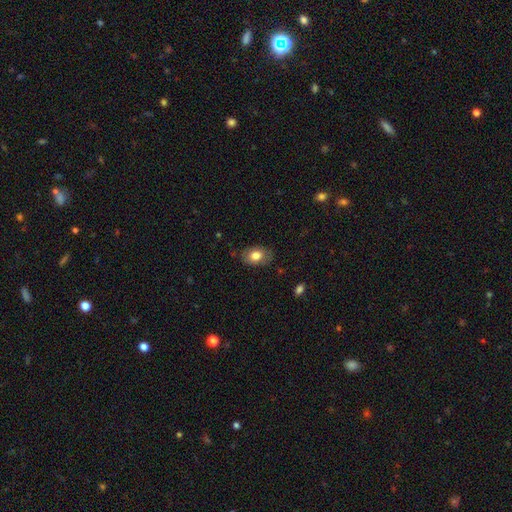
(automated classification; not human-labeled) Smooth or featured?
  - smooth: 78% *
  - featured or disk: 14%
  - star or artifact: 8%
How rounded?
  - in between: 83% *
  - round: 16%
  - cigar-shaped: 1%
Merging?
  - none: 80% *
  - minor disturbance: 15%
  - major disturbance: 3%
  - merger: 1%